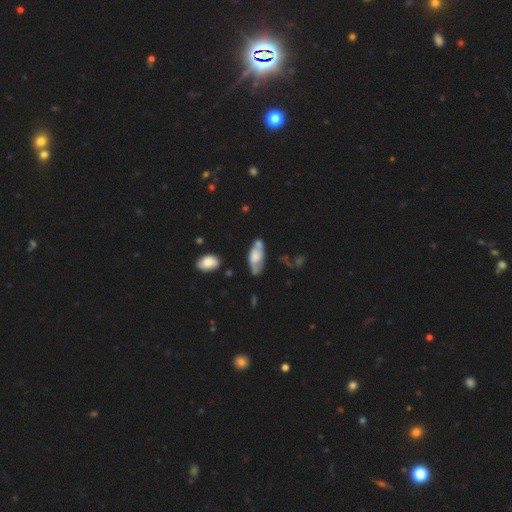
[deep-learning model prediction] Q: Smooth or featured?
A: smooth (48%); runner-up: featured or disk (45%)
Q: Merging?
A: none (52%); runner-up: minor disturbance (24%)